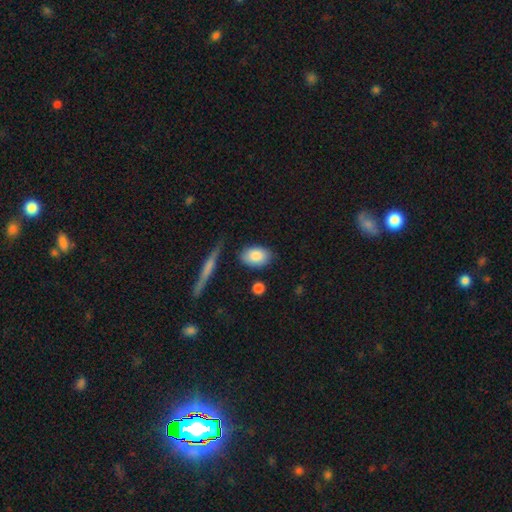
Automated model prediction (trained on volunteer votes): Smooth or featured? smooth (85%)
How rounded? in between (86%)
Merging? none (79%)